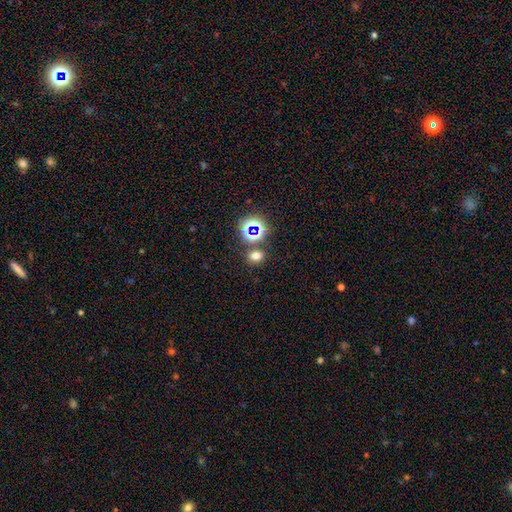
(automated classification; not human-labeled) Smooth or featured: smooth — 67% (star or artifact — 27%)
How rounded: in between — 50% (round — 49%)
Merging: none — 80% (merger — 9%)